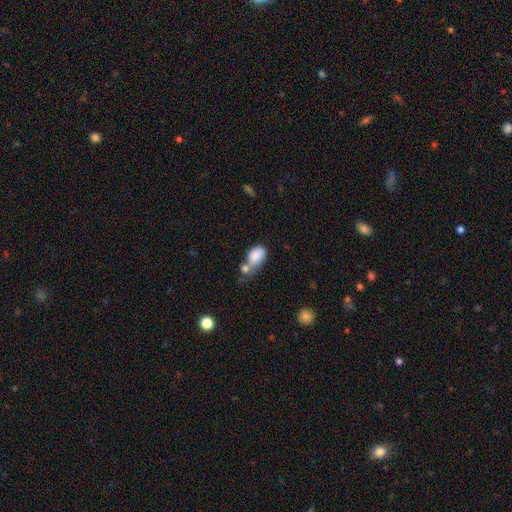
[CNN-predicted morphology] type=smooth (83%); roundness=in between (87%); merging=merger (49%).